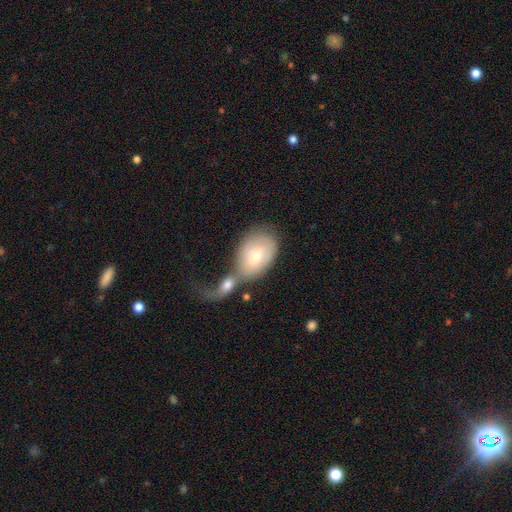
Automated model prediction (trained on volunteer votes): The model was most divided on "smooth or featured": smooth: 59%, featured or disk: 35%, star or artifact: 7%. More confident: how rounded — in between (81%); merging — merger (52%).